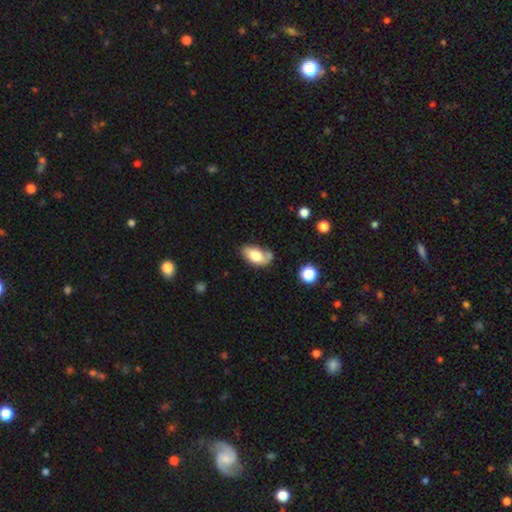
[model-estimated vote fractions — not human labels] Smooth or featured?
  - smooth: 74% *
  - featured or disk: 19%
  - star or artifact: 8%
How rounded?
  - in between: 92% *
  - round: 5%
  - cigar-shaped: 3%
Merging?
  - none: 49% *
  - minor disturbance: 28%
  - merger: 12%
  - major disturbance: 11%